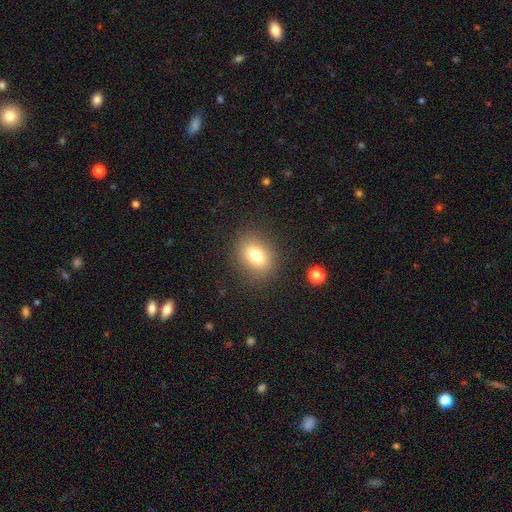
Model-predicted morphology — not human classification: This appears to be a smooth galaxy with no disk features (77%) that is in between round and cigar-shaped (60%). Merging: none (85%).